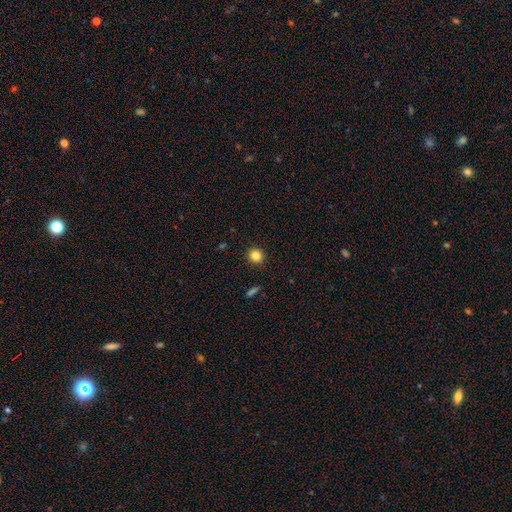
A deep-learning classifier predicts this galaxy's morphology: Smooth or featured? smooth (83%)
How rounded? round (92%)
Merging? none (92%)